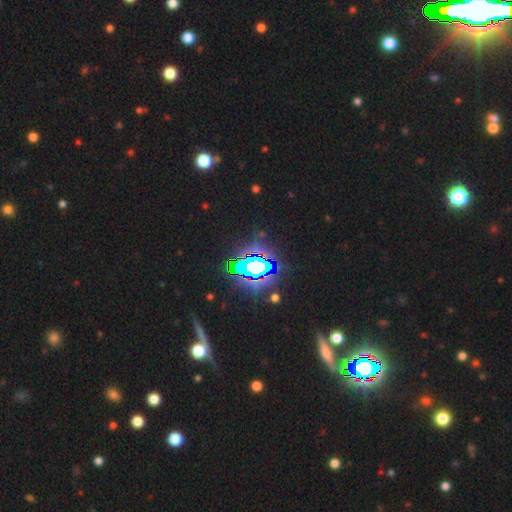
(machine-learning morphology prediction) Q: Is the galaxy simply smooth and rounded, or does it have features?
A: star or artifact — 82%.